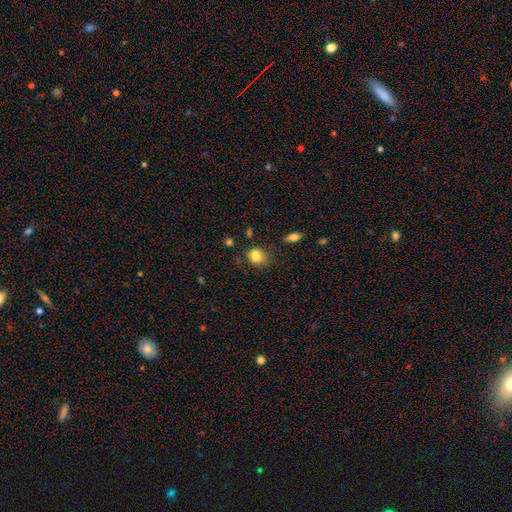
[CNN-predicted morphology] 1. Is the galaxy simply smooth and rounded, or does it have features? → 83% smooth, 10% star or artifact, 7% featured or disk.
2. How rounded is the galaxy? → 56% in between, 43% round, 1% cigar-shaped.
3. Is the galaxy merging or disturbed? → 59% none, 27% minor disturbance, 8% major disturbance, 6% merger.